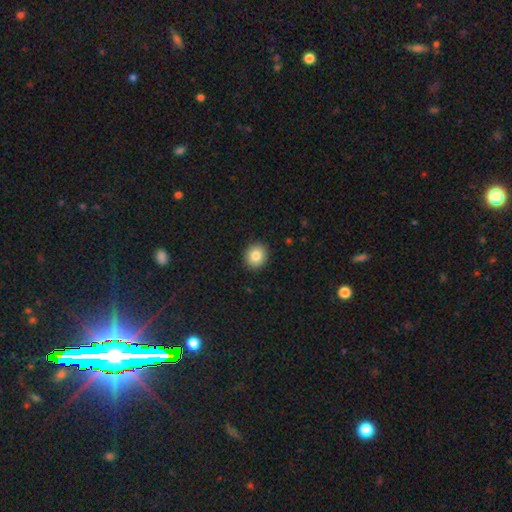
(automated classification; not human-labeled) smooth-or-featured: smooth: 84% | star or artifact: 9% | featured or disk: 7%
  how-rounded: round: 79% | in between: 20% | cigar-shaped: 1%
  merging: none: 91% | minor disturbance: 6% | major disturbance: 2% | merger: 1%